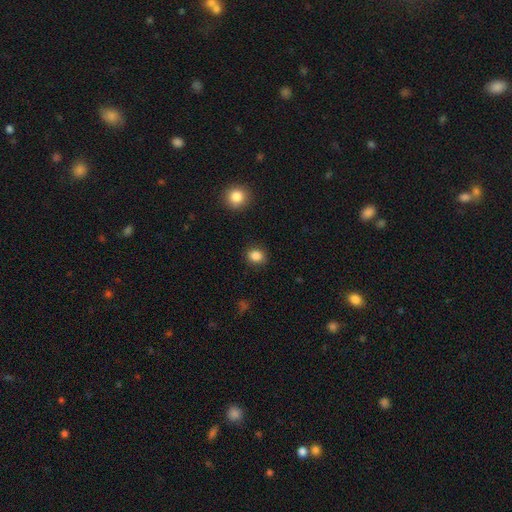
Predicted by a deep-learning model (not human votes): Q: Smooth or featured?
A: smooth (85%); runner-up: star or artifact (11%)
Q: How rounded?
A: round (68%); runner-up: in between (31%)
Q: Merging?
A: none (88%); runner-up: minor disturbance (8%)